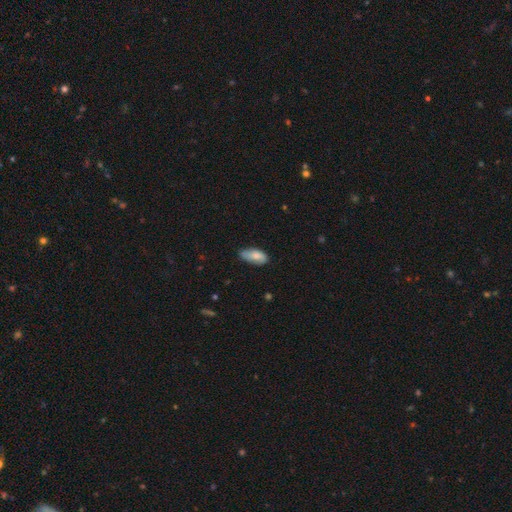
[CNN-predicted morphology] A smooth galaxy with no disk features (79%) that is in between round and cigar-shaped (87%). Merging: none (62%).